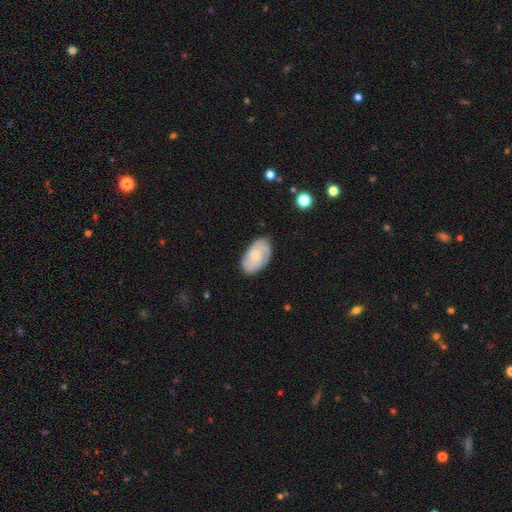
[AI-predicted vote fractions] Q: Smooth or featured?
A: featured or disk (58%); runner-up: smooth (36%)
Q: Edge-on disk?
A: no (96%); runner-up: yes (4%)
Q: Bar?
A: no (74%); runner-up: weak (23%)
Q: Spiral arms?
A: yes (90%); runner-up: no (10%)
Q: Spiral winding?
A: tight (46%); runner-up: medium (40%)
Q: Spiral arm count?
A: 2 (41%); runner-up: 3 (24%)
Q: Bulge size?
A: small (64%); runner-up: moderate (29%)
Q: Merging?
A: none (81%); runner-up: minor disturbance (15%)